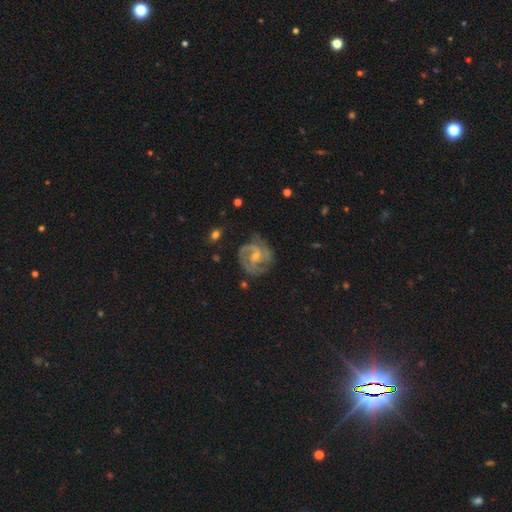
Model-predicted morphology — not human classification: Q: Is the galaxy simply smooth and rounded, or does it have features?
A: featured or disk — 82%.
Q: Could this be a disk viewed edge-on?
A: no — 98%.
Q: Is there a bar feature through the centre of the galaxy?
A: weak — 46%.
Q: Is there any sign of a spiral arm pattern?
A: yes — 95%.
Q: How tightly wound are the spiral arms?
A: tight — 46%.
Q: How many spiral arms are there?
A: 2 — 55%.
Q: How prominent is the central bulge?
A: small — 52%.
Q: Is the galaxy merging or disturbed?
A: none — 75%.